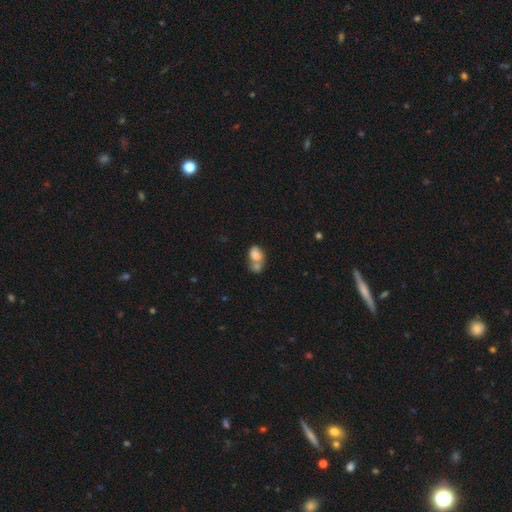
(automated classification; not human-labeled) smooth-or-featured: smooth: 78% | featured or disk: 13% | star or artifact: 9%
  how-rounded: in between: 80% | round: 19% | cigar-shaped: 1%
  merging: merger: 63% | none: 20% | minor disturbance: 9% | major disturbance: 7%